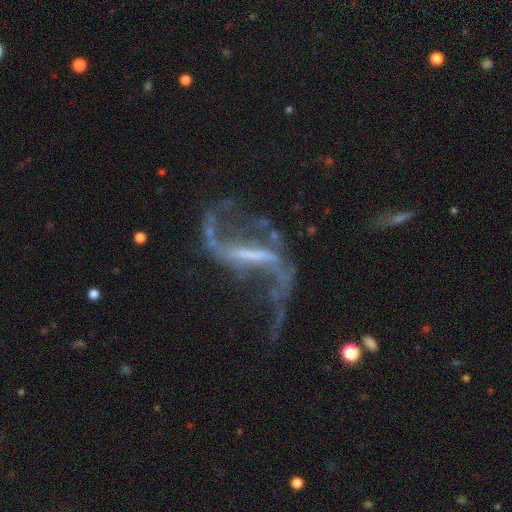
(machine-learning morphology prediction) Smooth or featured: featured or disk — 88% (star or artifact — 8%)
Edge-on disk: no — 93% (yes — 7%)
Bar: strong — 59% (weak — 31%)
Spiral arms: yes — 92% (no — 8%)
Spiral winding: loose — 88% (medium — 9%)
Spiral arm count: 2 — 90% (1 — 4%)
Bulge size: none — 44% (small — 38%)
Merging: none — 50% (major disturbance — 28%)